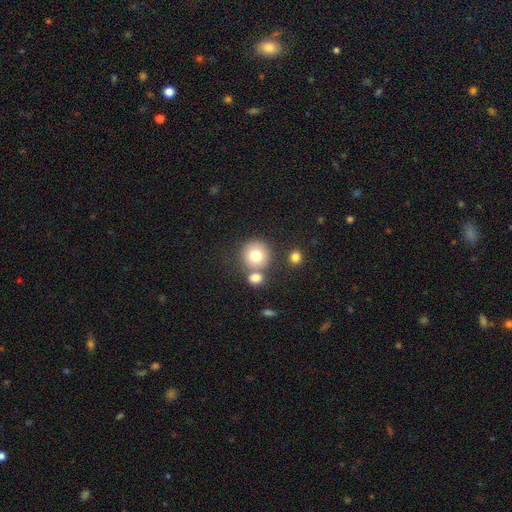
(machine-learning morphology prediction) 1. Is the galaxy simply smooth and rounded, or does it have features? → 77% smooth, 13% featured or disk, 11% star or artifact.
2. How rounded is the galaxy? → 92% round, 7% in between, 1% cigar-shaped.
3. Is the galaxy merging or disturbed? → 63% none, 24% merger, 9% minor disturbance, 4% major disturbance.